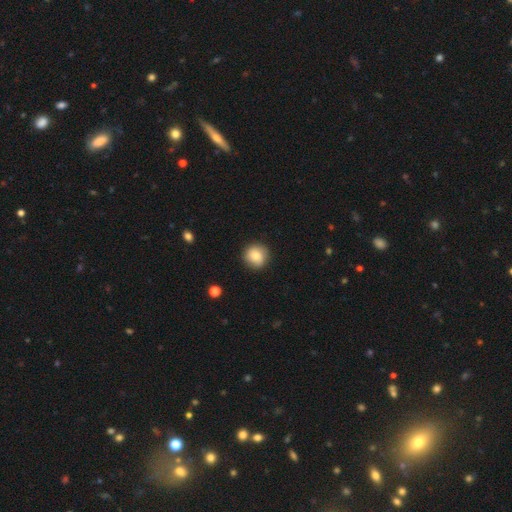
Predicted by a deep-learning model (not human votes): smooth 79%, featured or disk 13%, star or artifact 8%. Down the decision tree: how rounded — round (92%); merging — none (85%).